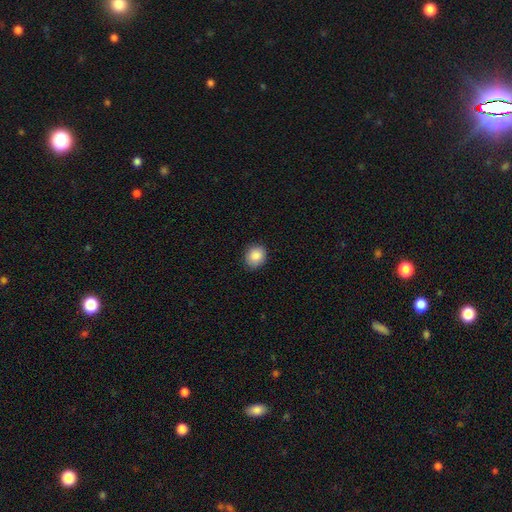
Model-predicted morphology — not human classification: A smooth galaxy with no disk features (88%) that is round (68%).

Vote fractions:
- Smooth or featured? smooth: 88% / star or artifact: 8% / featured or disk: 4%
- How rounded? round: 68% / in between: 31% / cigar-shaped: 1%
- Merging? none: 86% / minor disturbance: 11% / major disturbance: 2% / merger: 1%